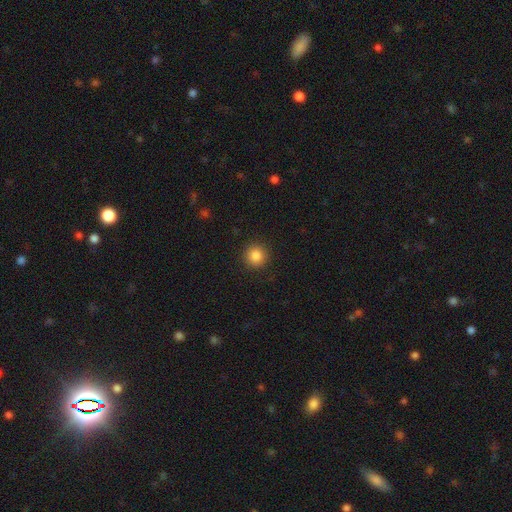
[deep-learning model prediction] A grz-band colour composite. It shows a smooth galaxy with no disk features (85%) that is round (94%). Merging: none (91%).